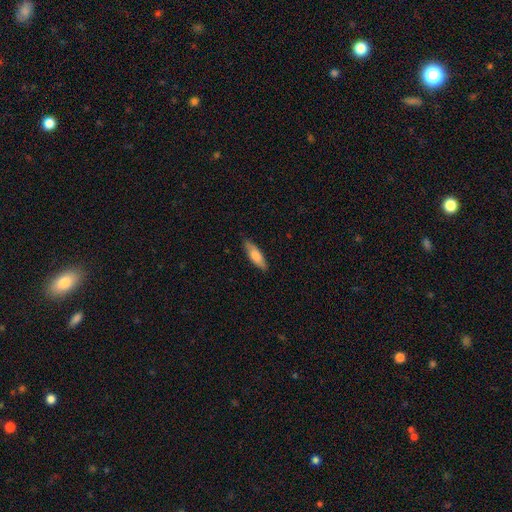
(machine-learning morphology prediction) Smooth or featured? smooth (74%)
How rounded? cigar-shaped (51%)
Merging? none (84%)